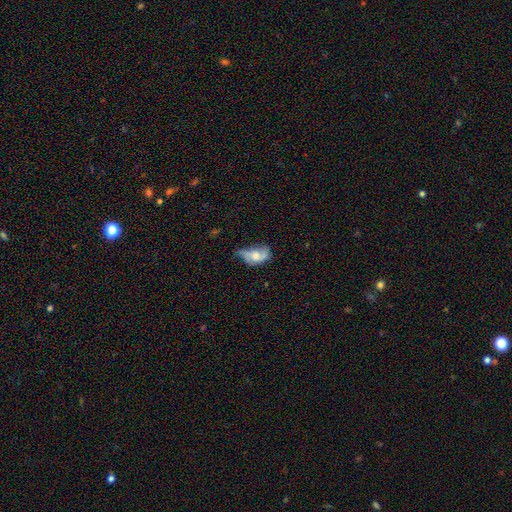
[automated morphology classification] A smooth galaxy with no disk features (47%). Merging: minor disturbance (36%).